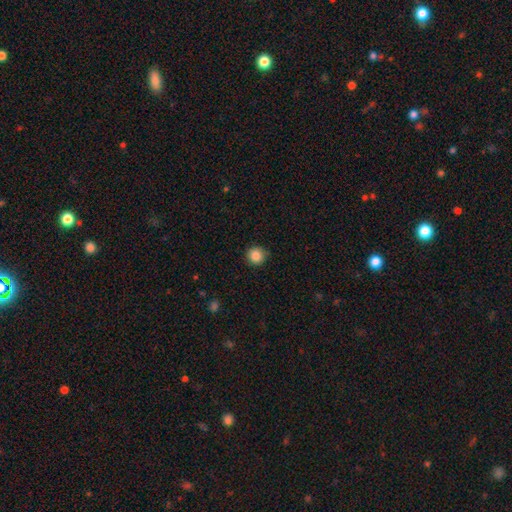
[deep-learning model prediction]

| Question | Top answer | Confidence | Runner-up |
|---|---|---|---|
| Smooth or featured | smooth | 86% | star or artifact (10%) |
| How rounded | round | 95% | in between (4%) |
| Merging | none | 89% | minor disturbance (8%) |